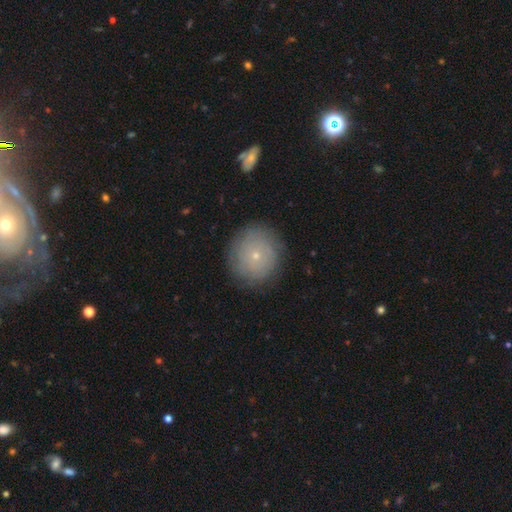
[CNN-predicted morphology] Smooth or featured? Predicted: smooth (p=0.60). How rounded? Predicted: round (p=0.91). Merging? Predicted: none (p=0.86).